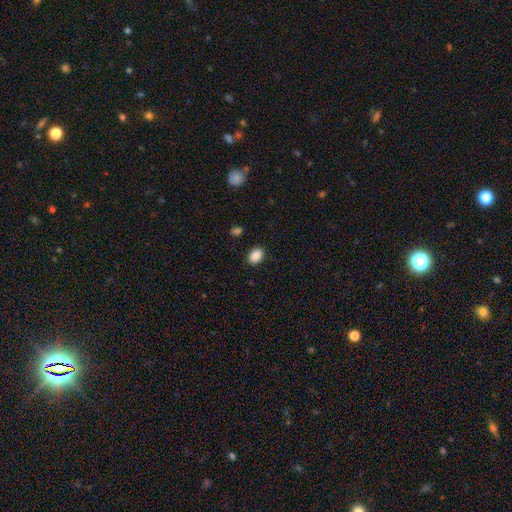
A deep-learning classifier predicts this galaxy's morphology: Smooth or featured?
  - smooth: 88% *
  - star or artifact: 8%
  - featured or disk: 3%
How rounded?
  - in between: 76% *
  - round: 23%
  - cigar-shaped: 1%
Merging?
  - none: 88% *
  - minor disturbance: 9%
  - major disturbance: 2%
  - merger: 1%